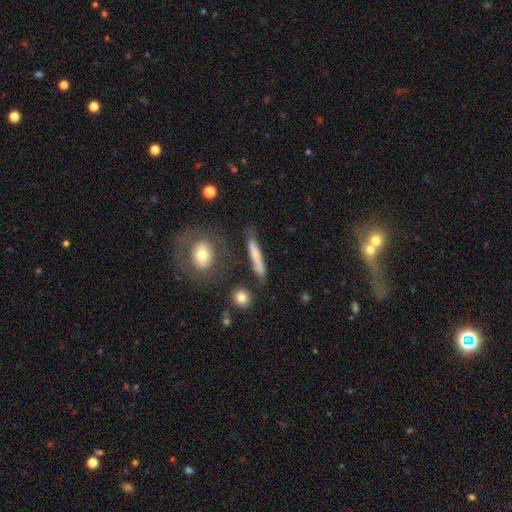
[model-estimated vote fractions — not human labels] Smooth or featured?
  - smooth: 61% *
  - featured or disk: 30%
  - star or artifact: 8%
How rounded?
  - cigar-shaped: 86% *
  - in between: 9%
  - round: 5%
Merging?
  - none: 69% *
  - minor disturbance: 18%
  - major disturbance: 7%
  - merger: 6%